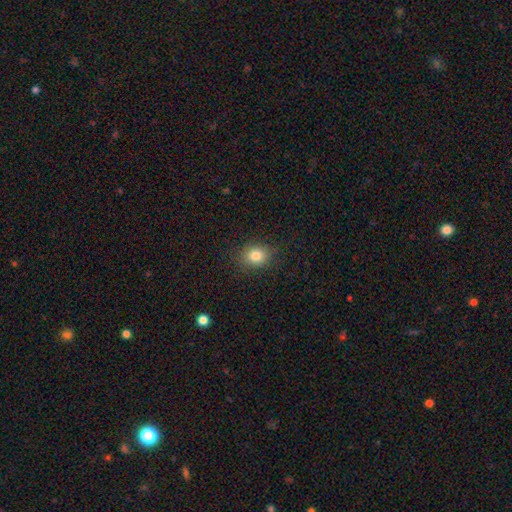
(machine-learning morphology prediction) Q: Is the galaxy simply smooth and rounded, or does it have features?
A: smooth — 82%.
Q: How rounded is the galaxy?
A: round — 59%.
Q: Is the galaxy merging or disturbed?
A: none — 86%.